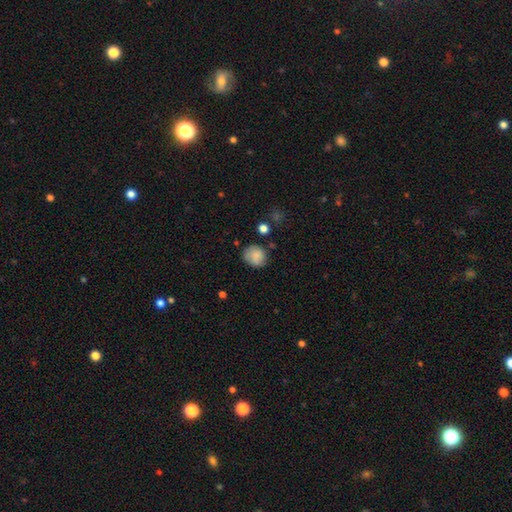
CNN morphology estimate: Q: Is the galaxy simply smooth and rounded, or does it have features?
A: smooth — 76%.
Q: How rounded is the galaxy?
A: round — 72%.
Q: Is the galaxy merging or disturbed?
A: none — 63%.